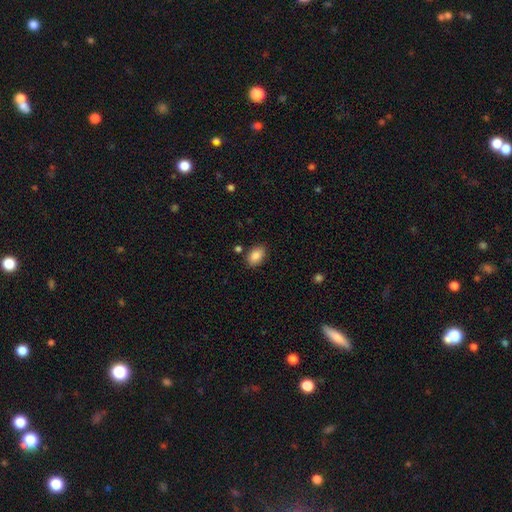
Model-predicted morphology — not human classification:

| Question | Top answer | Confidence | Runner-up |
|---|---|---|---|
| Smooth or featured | smooth | 87% | star or artifact (8%) |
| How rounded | in between | 88% | round (11%) |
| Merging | none | 84% | minor disturbance (10%) |